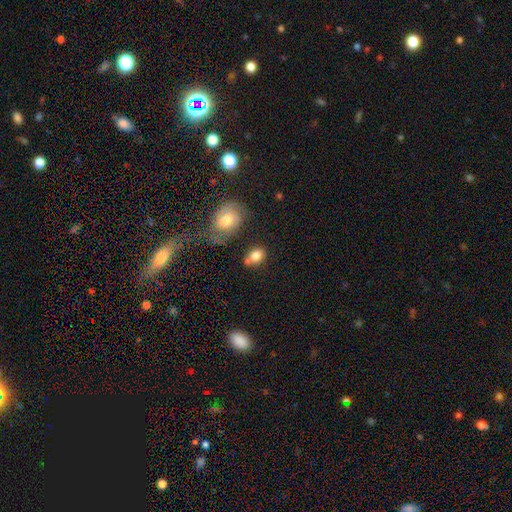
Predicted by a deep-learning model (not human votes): Overall: smooth (81%). How rounded: in between (66%; round 33%). Merging: none (54%; minor disturbance 20%).